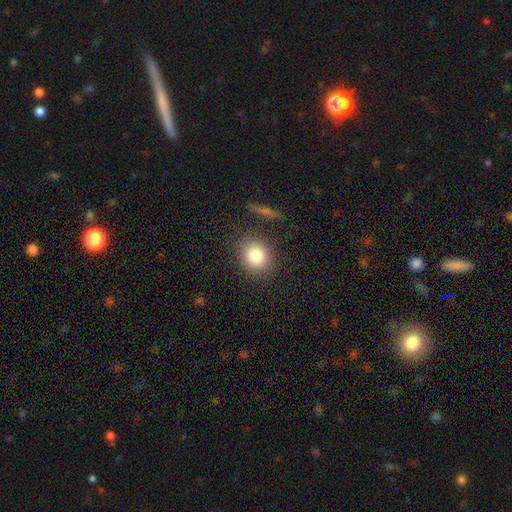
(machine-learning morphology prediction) A smooth galaxy with no disk features (84%) that is round (66%).

Vote fractions:
- Smooth or featured? smooth: 84% / star or artifact: 9% / featured or disk: 7%
- How rounded? round: 66% / in between: 32% / cigar-shaped: 1%
- Merging? none: 83% / minor disturbance: 10% / major disturbance: 4% / merger: 3%